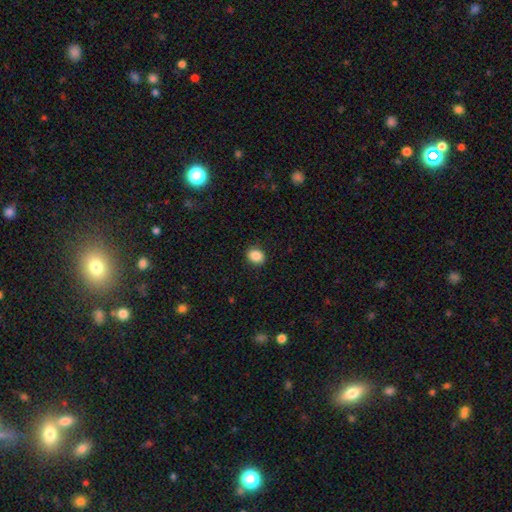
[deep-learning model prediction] A smooth galaxy with no disk features (88%) that is round (54%). Merging: none (90%).